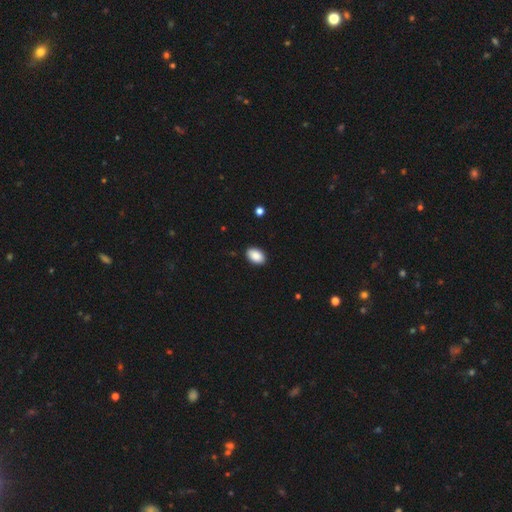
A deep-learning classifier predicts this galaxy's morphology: Smooth or featured?
  - smooth: 89% *
  - star or artifact: 7%
  - featured or disk: 4%
How rounded?
  - in between: 91% *
  - round: 8%
  - cigar-shaped: 1%
Merging?
  - none: 90% *
  - minor disturbance: 8%
  - major disturbance: 2%
  - merger: 1%